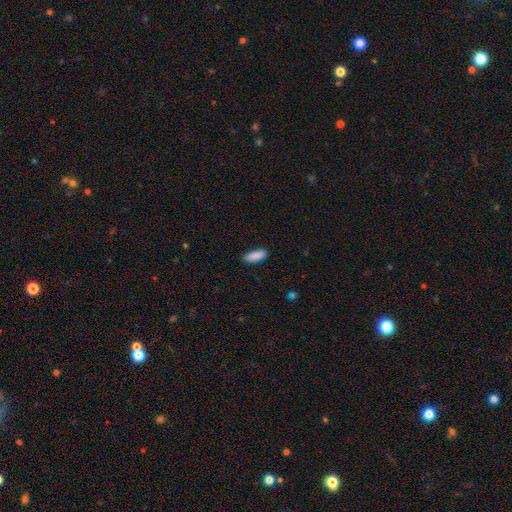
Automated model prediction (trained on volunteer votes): Q: Smooth or featured?
A: smooth (90%); runner-up: star or artifact (6%)
Q: How rounded?
A: in between (71%); runner-up: cigar-shaped (27%)
Q: Merging?
A: none (87%); runner-up: minor disturbance (10%)